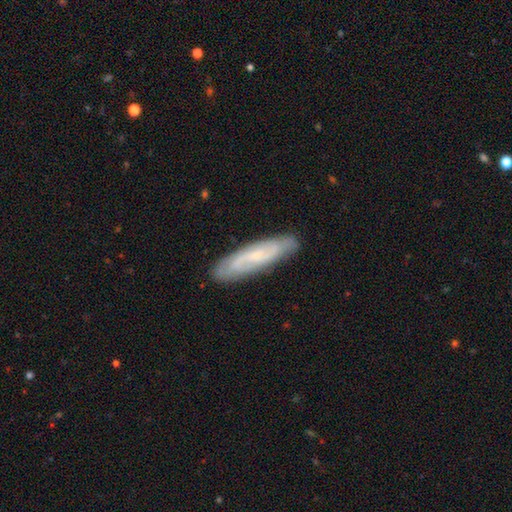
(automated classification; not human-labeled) smooth-or-featured: featured or disk: 58% | smooth: 35% | star or artifact: 7%
  disk-edge-on: no: 69% | yes: 31%
  merging: none: 84% | minor disturbance: 12% | major disturbance: 2% | merger: 1%